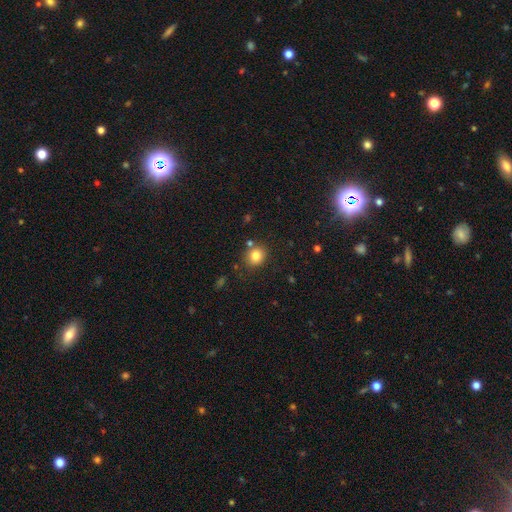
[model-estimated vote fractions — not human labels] smooth_or_featured: smooth (p=0.81) [alt: star or artifact p=0.11]
how_rounded: round (p=0.76) [alt: in between p=0.23]
merging: none (p=0.79) [alt: minor disturbance p=0.10]